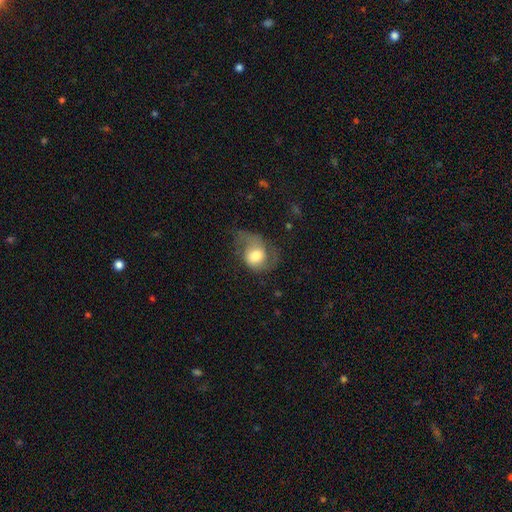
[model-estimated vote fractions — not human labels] This is possibly a smooth galaxy (47%). Merging: marginally major disturbance (41%).